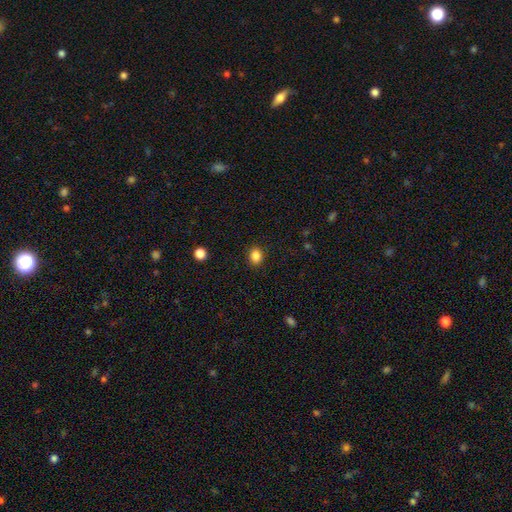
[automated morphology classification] This is clearly a smooth galaxy (86%). How rounded: possibly round (58%). Merging: clearly none (89%).